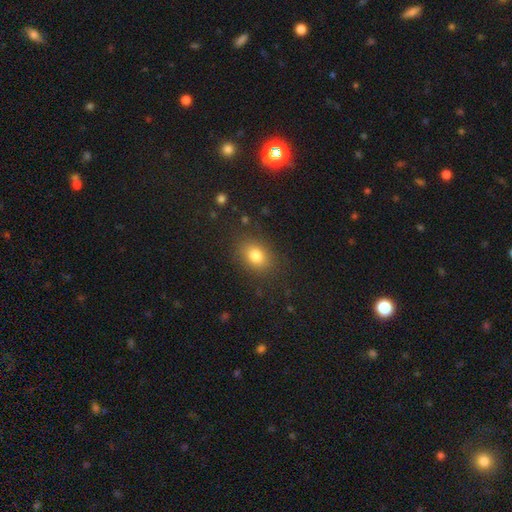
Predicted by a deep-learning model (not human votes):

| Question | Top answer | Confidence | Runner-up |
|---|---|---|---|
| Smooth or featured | smooth | 80% | star or artifact (12%) |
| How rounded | in between | 61% | round (37%) |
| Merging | none | 83% | minor disturbance (11%) |